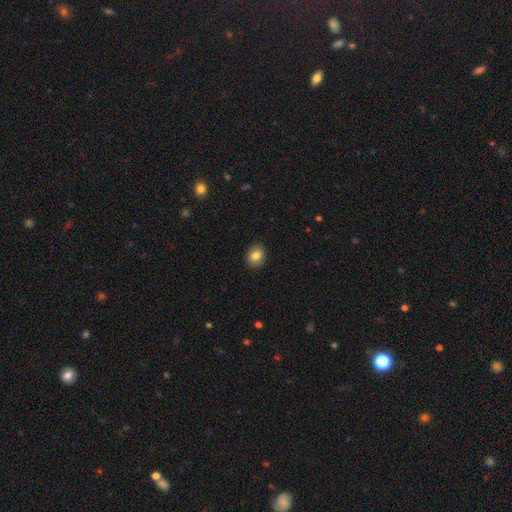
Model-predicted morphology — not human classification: A smooth galaxy with no disk features (83%) that is round (55%).

Vote fractions:
- Smooth or featured? smooth: 83% / star or artifact: 9% / featured or disk: 9%
- How rounded? round: 55% / in between: 45% / cigar-shaped: 1%
- Merging? none: 89% / minor disturbance: 8% / major disturbance: 2% / merger: 1%